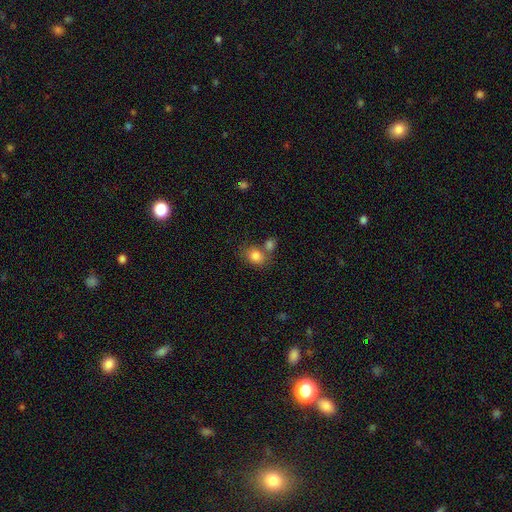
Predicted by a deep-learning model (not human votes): smooth_or_featured: smooth (p=0.83) [alt: star or artifact p=0.09]
how_rounded: in between (p=0.51) [alt: round p=0.48]
merging: none (p=0.50) [alt: merger p=0.32]